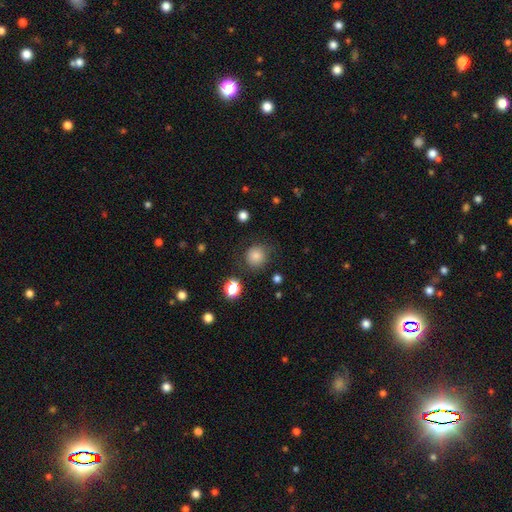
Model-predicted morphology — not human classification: This is clearly a smooth galaxy (80%). How rounded: clearly round (90%). Merging: likely none (80%).